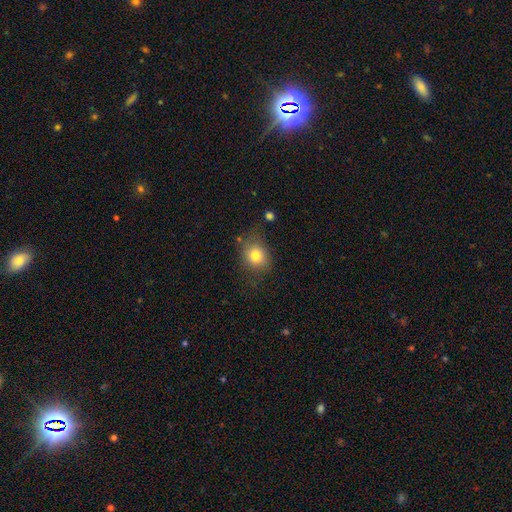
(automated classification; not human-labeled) Smooth or featured?
  - smooth: 79% *
  - star or artifact: 11%
  - featured or disk: 10%
How rounded?
  - round: 62% *
  - in between: 37%
  - cigar-shaped: 1%
Merging?
  - none: 71% *
  - minor disturbance: 20%
  - major disturbance: 7%
  - merger: 3%